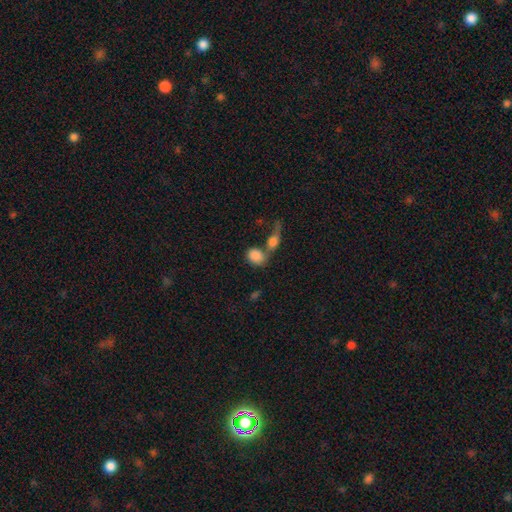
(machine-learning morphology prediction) Overall: smooth (83%). How rounded: in between (57%; round 41%). Merging: merger (52%; none 29%).